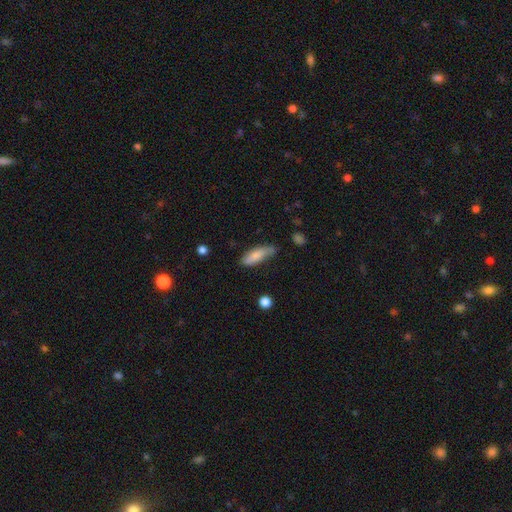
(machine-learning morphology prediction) Overall: smooth (76%). How rounded: in between (62%; cigar-shaped 36%). Merging: none (58%; minor disturbance 32%).